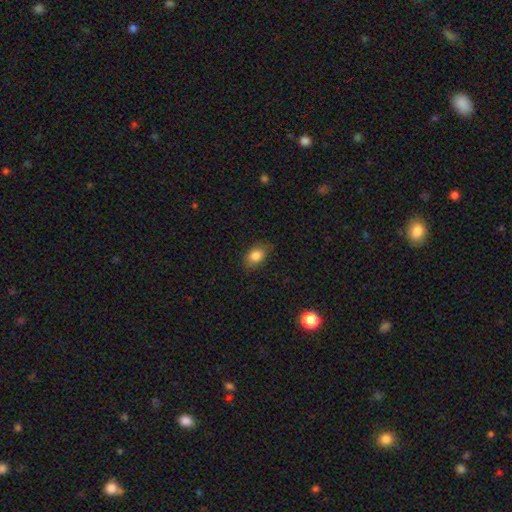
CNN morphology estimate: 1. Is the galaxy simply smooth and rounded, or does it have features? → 84% smooth, 9% star or artifact, 7% featured or disk.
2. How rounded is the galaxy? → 78% in between, 21% round, 2% cigar-shaped.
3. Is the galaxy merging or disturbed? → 79% none, 16% minor disturbance, 4% major disturbance, 1% merger.